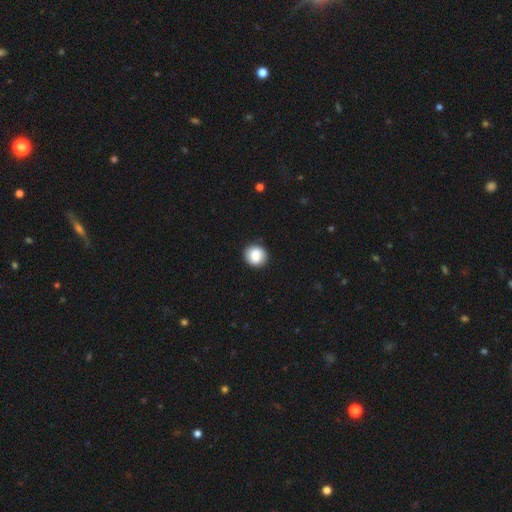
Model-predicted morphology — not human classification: Smooth or featured? smooth (84%)
How rounded? round (89%)
Merging? none (90%)